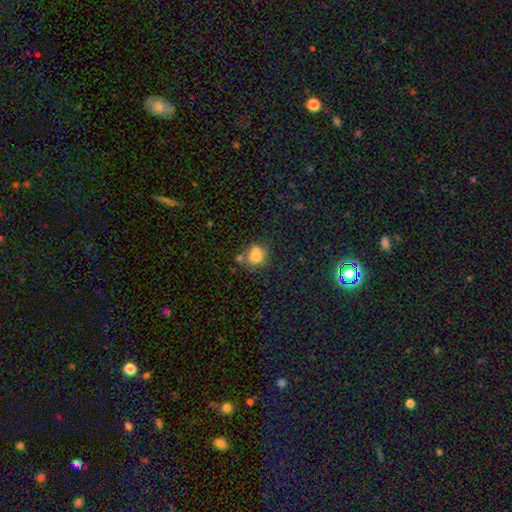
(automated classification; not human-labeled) Overall: smooth (75%). How rounded: round (67%; in between 31%). Merging: none (47%; merger 27%).